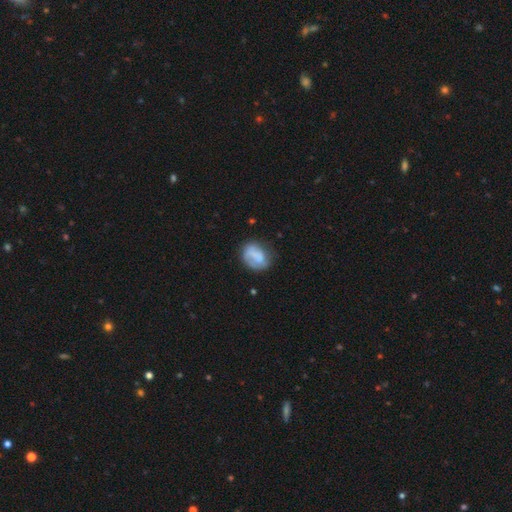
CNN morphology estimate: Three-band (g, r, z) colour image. It shows a smooth galaxy with no disk features (60%) that is in between round and cigar-shaped (54%). Merging: none (53%).